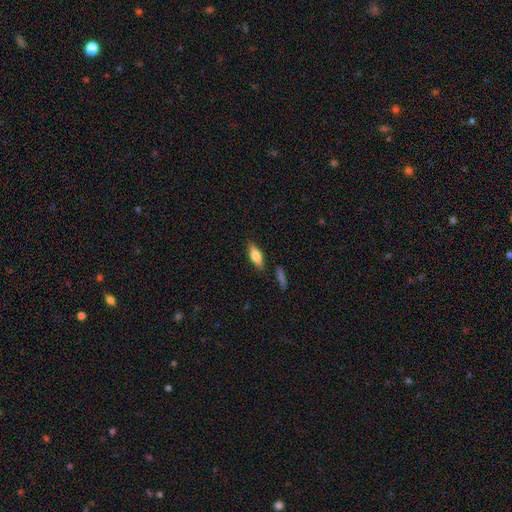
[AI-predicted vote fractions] smooth-or-featured: smooth: 69% | featured or disk: 24% | star or artifact: 7%
  how-rounded: in between: 61% | cigar-shaped: 36% | round: 3%
  merging: none: 83% | minor disturbance: 11% | merger: 3% | major disturbance: 3%